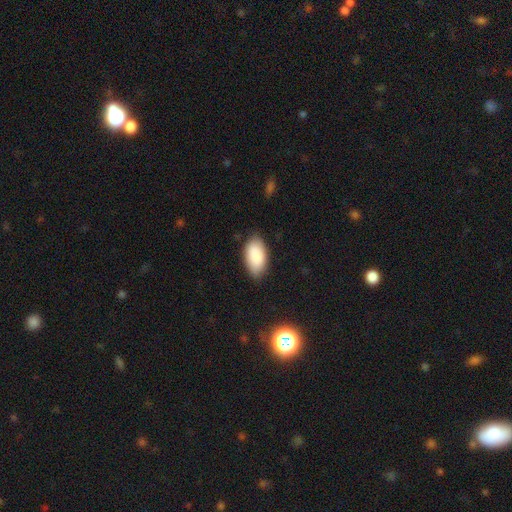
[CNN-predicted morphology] smooth_or_featured: smooth (p=0.88) [alt: star or artifact p=0.07]
how_rounded: in between (p=0.95) [alt: round p=0.03]
merging: none (p=0.81) [alt: minor disturbance p=0.15]